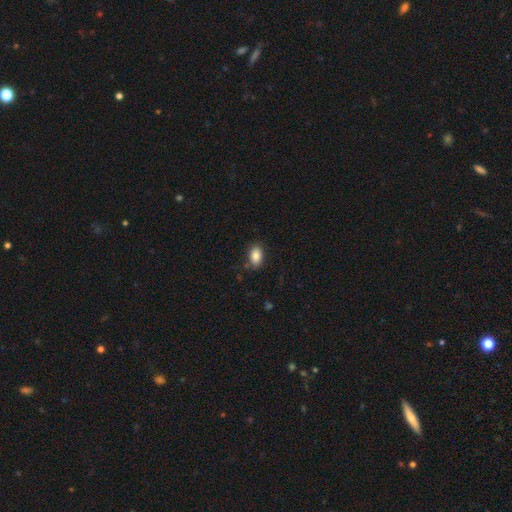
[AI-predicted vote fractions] Smooth or featured? smooth (85%)
How rounded? in between (88%)
Merging? none (83%)